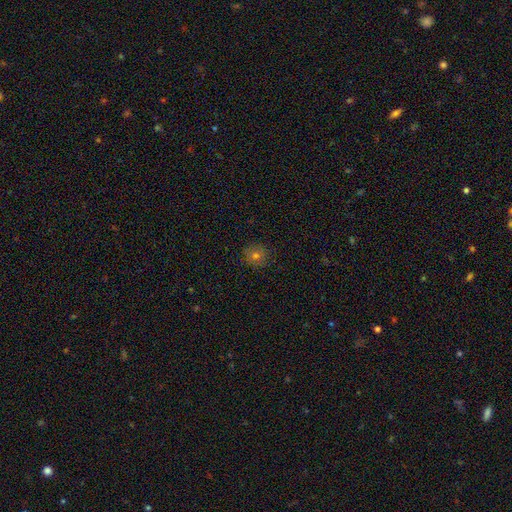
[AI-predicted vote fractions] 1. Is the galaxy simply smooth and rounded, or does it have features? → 73% smooth, 17% star or artifact, 10% featured or disk.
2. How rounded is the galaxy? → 91% round, 8% in between, 1% cigar-shaped.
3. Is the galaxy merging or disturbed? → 88% none, 9% minor disturbance, 2% major disturbance, 1% merger.